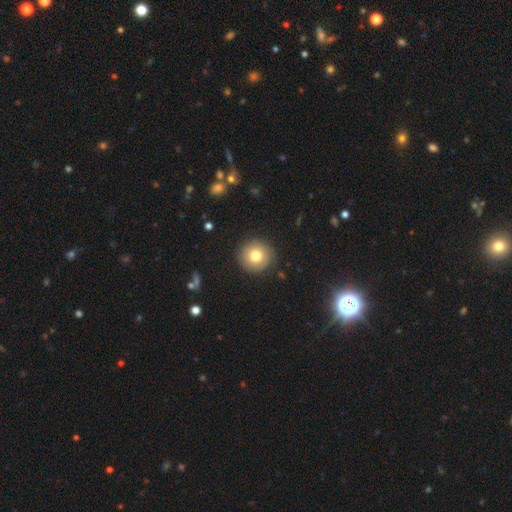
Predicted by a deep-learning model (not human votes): Q: Smooth or featured?
A: smooth (76%); runner-up: featured or disk (15%)
Q: How rounded?
A: round (94%); runner-up: in between (5%)
Q: Merging?
A: none (87%); runner-up: minor disturbance (9%)